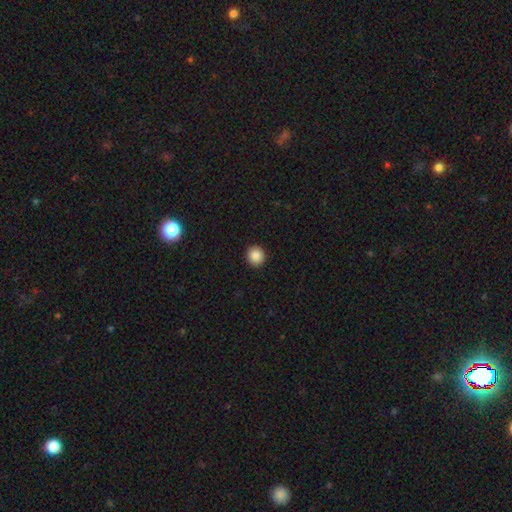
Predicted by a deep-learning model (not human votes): Smooth or featured?
  - smooth: 87% *
  - star or artifact: 9%
  - featured or disk: 4%
How rounded?
  - round: 93% *
  - in between: 6%
  - cigar-shaped: 1%
Merging?
  - none: 93% *
  - minor disturbance: 4%
  - major disturbance: 1%
  - merger: 1%